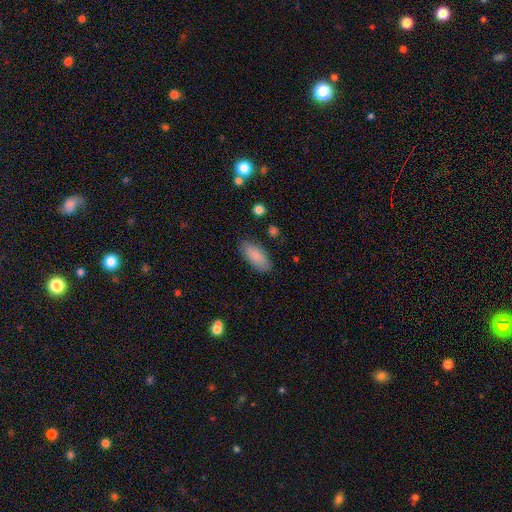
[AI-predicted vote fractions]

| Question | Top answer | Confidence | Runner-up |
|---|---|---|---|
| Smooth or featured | smooth | 86% | featured or disk (7%) |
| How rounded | in between | 87% | cigar-shaped (11%) |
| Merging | none | 83% | minor disturbance (12%) |